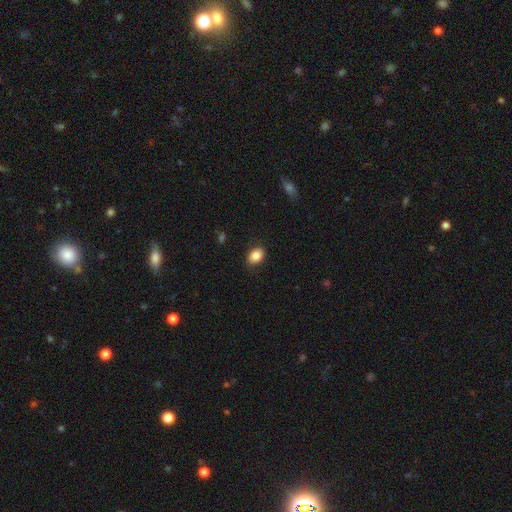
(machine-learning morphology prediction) smooth_or_featured: smooth (p=0.87) [alt: star or artifact p=0.08]
how_rounded: in between (p=0.80) [alt: round p=0.19]
merging: none (p=0.85) [alt: minor disturbance p=0.11]